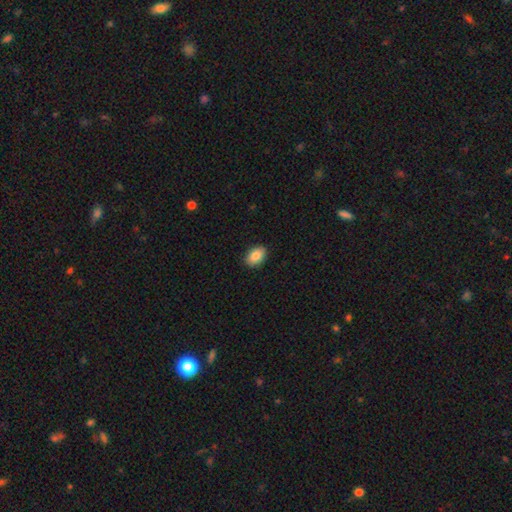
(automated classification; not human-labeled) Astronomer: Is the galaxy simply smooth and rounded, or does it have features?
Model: smooth — 88%.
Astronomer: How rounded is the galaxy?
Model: in between — 87%.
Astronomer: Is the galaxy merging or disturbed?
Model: none — 89%.